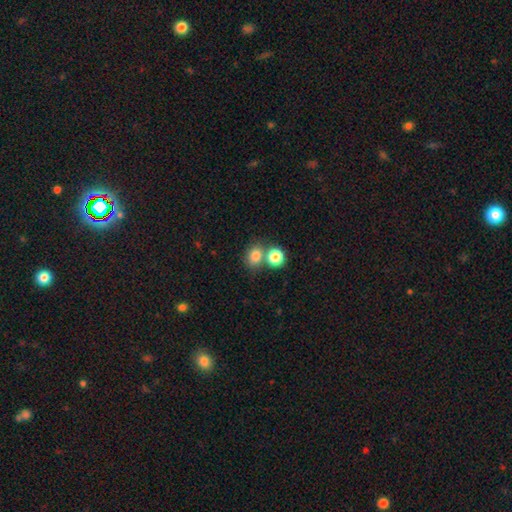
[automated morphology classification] Q: Smooth or featured?
A: smooth (80%); runner-up: star or artifact (12%)
Q: How rounded?
A: round (64%); runner-up: in between (35%)
Q: Merging?
A: none (56%); runner-up: merger (32%)